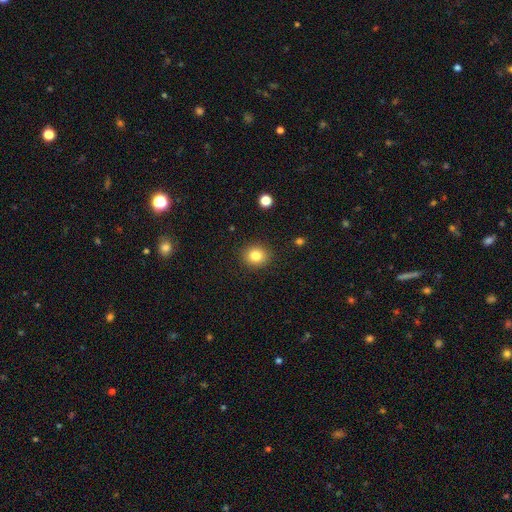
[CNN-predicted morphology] smooth_or_featured: smooth (p=0.82) [alt: star or artifact p=0.11]
how_rounded: round (p=0.76) [alt: in between p=0.23]
merging: none (p=0.90) [alt: minor disturbance p=0.07]